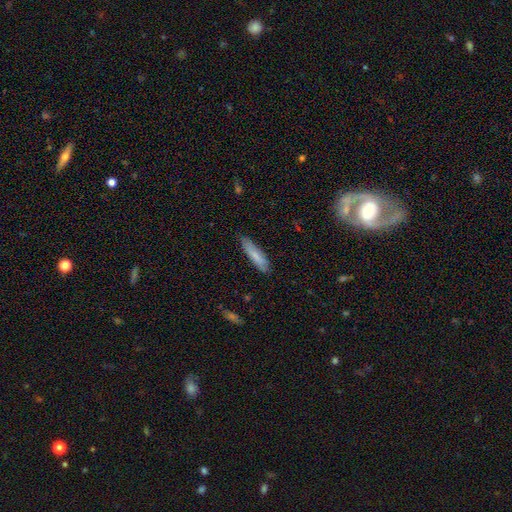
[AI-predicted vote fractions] Smooth or featured? smooth (77%)
How rounded? cigar-shaped (78%)
Merging? none (83%)